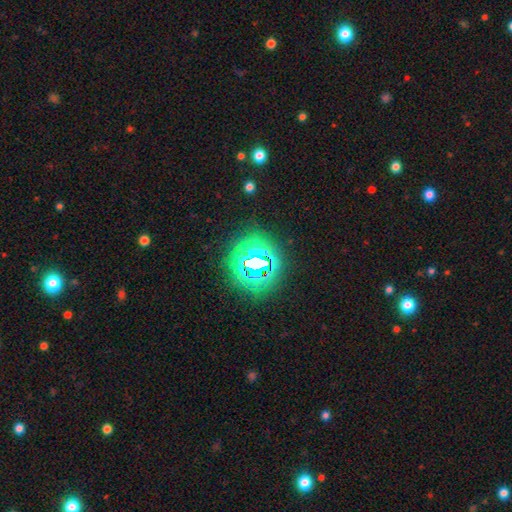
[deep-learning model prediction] Morphology: type=star or artifact (82%).